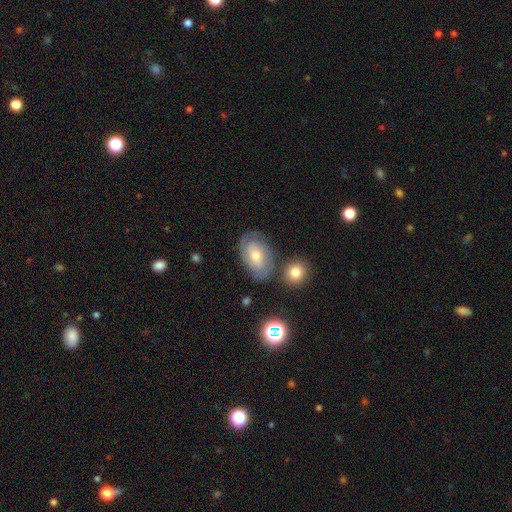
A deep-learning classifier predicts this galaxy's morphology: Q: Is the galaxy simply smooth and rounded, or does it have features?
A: featured or disk — 65%.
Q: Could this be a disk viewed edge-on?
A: no — 95%.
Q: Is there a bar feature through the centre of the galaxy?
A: no — 64%.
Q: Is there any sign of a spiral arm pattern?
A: yes — 87%.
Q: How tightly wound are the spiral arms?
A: tight — 62%.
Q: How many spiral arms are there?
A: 2 — 57%.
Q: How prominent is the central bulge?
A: moderate — 56%.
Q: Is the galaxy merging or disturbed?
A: none — 73%.